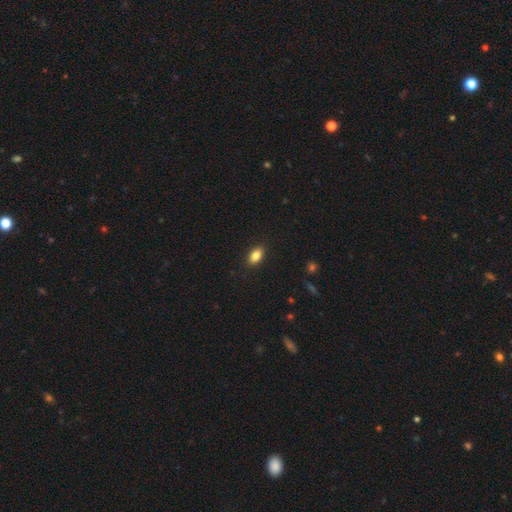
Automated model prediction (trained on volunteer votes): Morphology: type=smooth (85%); roundness=in between (89%); merging=none (89%).